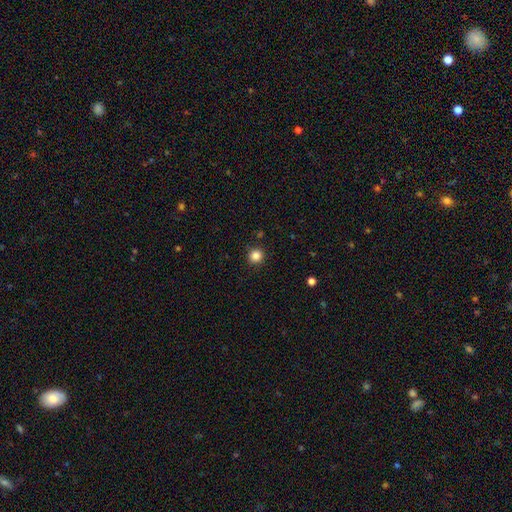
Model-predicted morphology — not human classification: smooth-or-featured: smooth: 85% | star or artifact: 12% | featured or disk: 4%
  how-rounded: round: 94% | in between: 5% | cigar-shaped: 1%
  merging: none: 91% | minor disturbance: 5% | major disturbance: 2% | merger: 1%